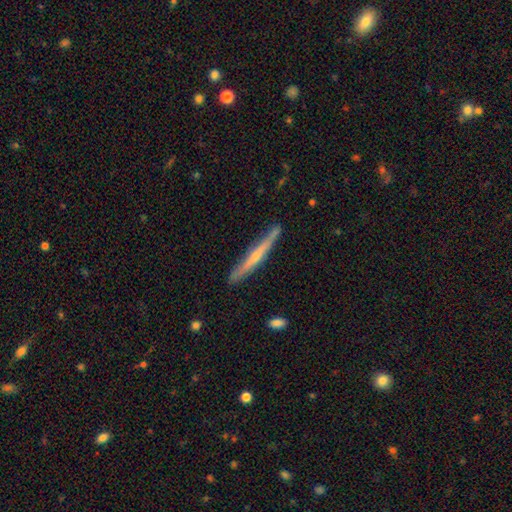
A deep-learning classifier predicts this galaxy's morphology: A featured or disk galaxy (64%) viewed edge-on (96%) with a rounded central bulge (60%).

Vote fractions:
- Smooth or featured? featured or disk: 64% / smooth: 30% / star or artifact: 6%
- Edge-on disk? yes: 96% / no: 4%
- Edge-on bulge? rounded: 60% / none: 34% / boxy: 6%
- Merging? none: 86% / minor disturbance: 10% / major disturbance: 2% / merger: 2%